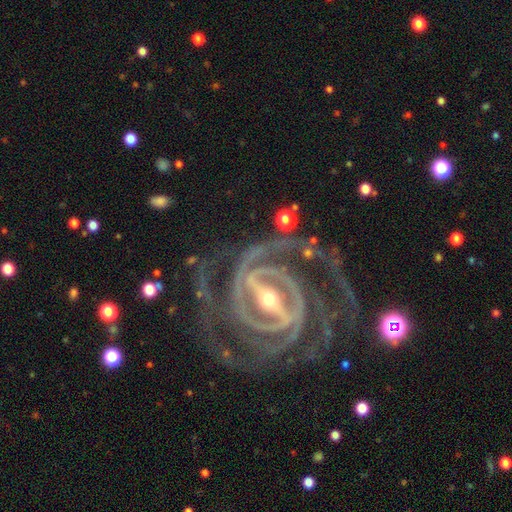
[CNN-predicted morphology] Smooth or featured?
  - featured or disk: 94% *
  - star or artifact: 4%
  - smooth: 2%
Edge-on disk?
  - no: 97% *
  - yes: 3%
Bar?
  - strong: 81% *
  - weak: 15%
  - no: 5%
Spiral arms?
  - yes: 99% *
  - no: 1%
Spiral winding?
  - tight: 68% *
  - medium: 28%
  - loose: 5%
Spiral arm count?
  - 2: 34% *
  - 3: 28%
  - 4: 15%
  - can't tell: 9%
  - more than 4: 7%
  - 1: 7%
Bulge size?
  - small: 52% *
  - moderate: 44%
  - large: 2%
  - none: 1%
  - dominant: 1%
Merging?
  - none: 66% *
  - minor disturbance: 16%
  - major disturbance: 15%
  - merger: 2%